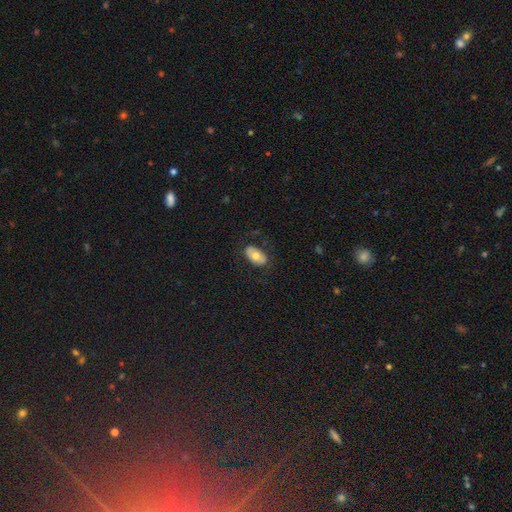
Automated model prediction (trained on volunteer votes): The model was most divided on "smooth or featured": smooth: 67%, featured or disk: 27%, star or artifact: 6%. More confident: how rounded — in between (93%); merging — none (79%).